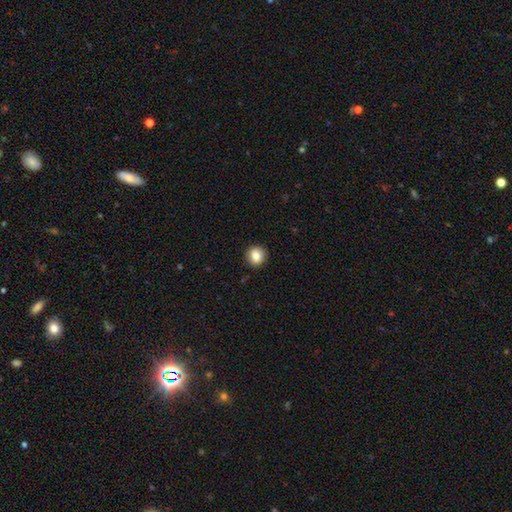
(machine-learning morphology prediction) This is clearly a smooth galaxy (83%). How rounded: clearly round (80%). Merging: clearly none (90%).